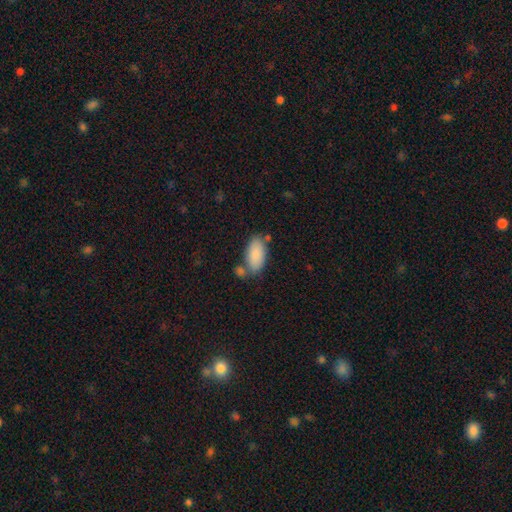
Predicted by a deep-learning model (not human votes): Smooth or featured: smooth — 87% (featured or disk — 7%)
How rounded: in between — 93% (cigar-shaped — 4%)
Merging: none — 64% (minor disturbance — 17%)